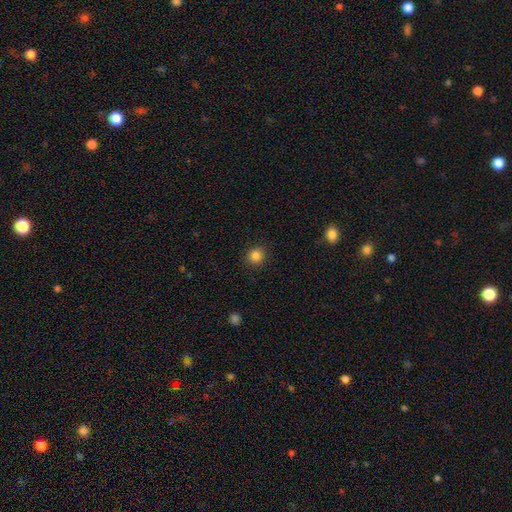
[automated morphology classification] smooth-or-featured: smooth: 84% | star or artifact: 12% | featured or disk: 4%
  how-rounded: round: 92% | in between: 7% | cigar-shaped: 1%
  merging: none: 91% | minor disturbance: 6% | major disturbance: 2% | merger: 1%